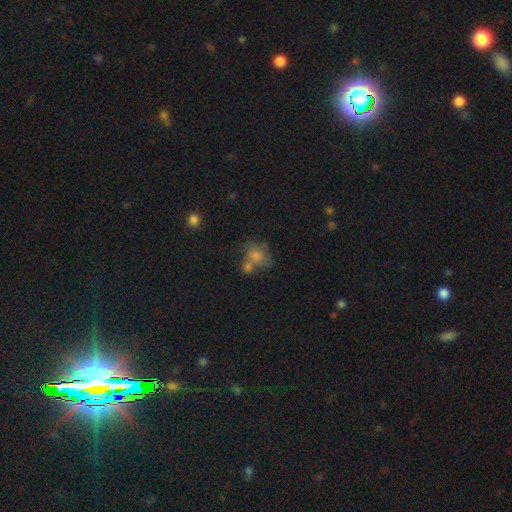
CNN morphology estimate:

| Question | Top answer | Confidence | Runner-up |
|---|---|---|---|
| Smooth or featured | smooth | 64% | featured or disk (20%) |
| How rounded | round | 50% | in between (49%) |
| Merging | merger | 38% | none (33%) |